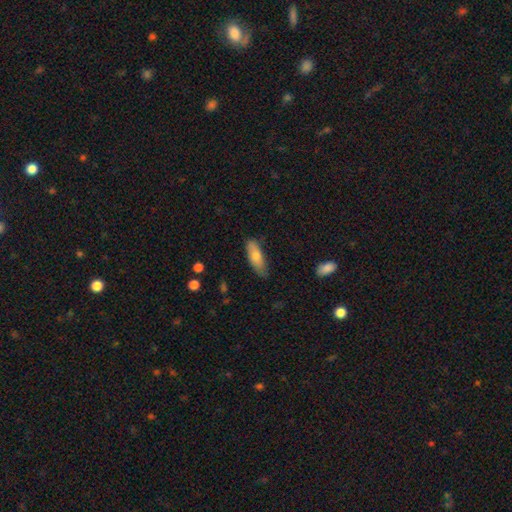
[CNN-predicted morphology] Smooth or featured? smooth (68%)
How rounded? in between (51%)
Merging? none (78%)